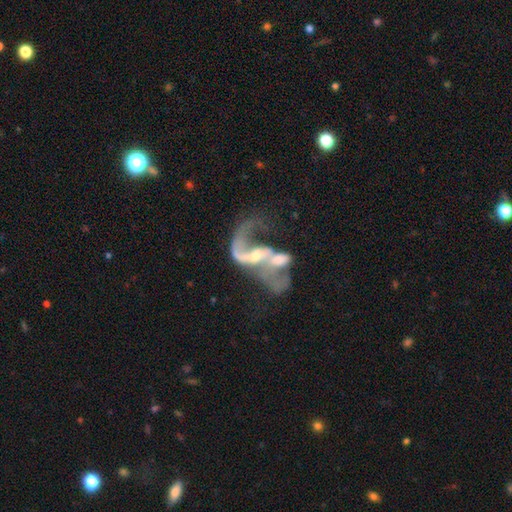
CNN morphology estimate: smooth-or-featured: featured or disk: 81% | smooth: 11% | star or artifact: 8%
  disk-edge-on: no: 96% | yes: 4%
    bar: no: 46% | weak: 36% | strong: 18%
    has-spiral-arms: yes: 79% | no: 21%
      spiral-winding: loose: 80% | medium: 16% | tight: 4%
      spiral-arm-count: 2: 57% | 1: 31% | can't tell: 8% | 3: 2% | 4: 1% | more than 4: 1%
    bulge-size: small: 40% | moderate: 39% | none: 14% | large: 5% | dominant: 2%
  merging: merger: 62% | major disturbance: 20% | none: 12% | minor disturbance: 6%